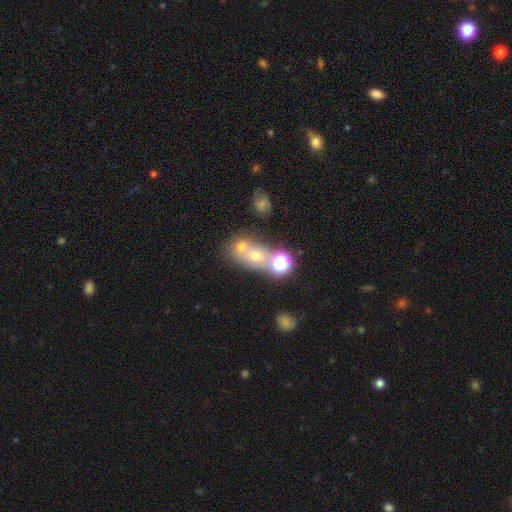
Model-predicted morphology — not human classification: This appears to be a smooth galaxy with no disk features (56%) that is round (57%). Merging: merger (51%).